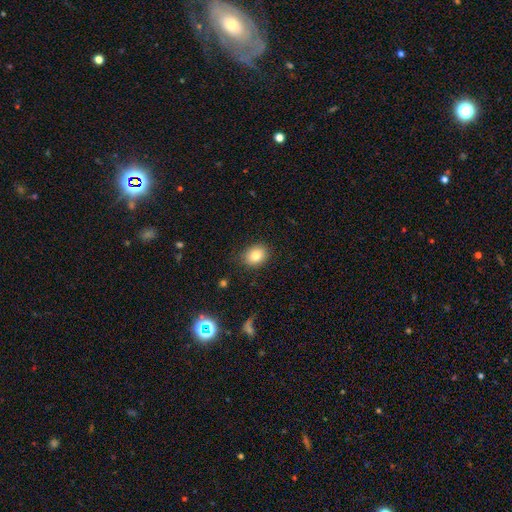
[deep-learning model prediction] smooth 82%, star or artifact 10%, featured or disk 8%. Down the decision tree: how rounded — in between (52%); merging — none (84%).